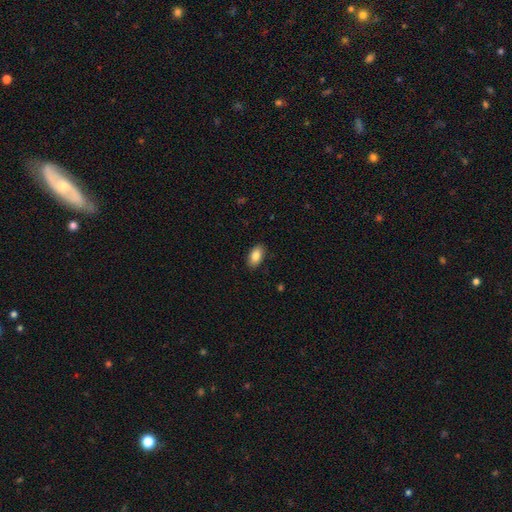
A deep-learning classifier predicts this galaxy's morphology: smooth-or-featured: smooth: 85% | featured or disk: 8% | star or artifact: 7%
  how-rounded: in between: 93% | round: 5% | cigar-shaped: 2%
  merging: none: 88% | minor disturbance: 9% | major disturbance: 2% | merger: 1%